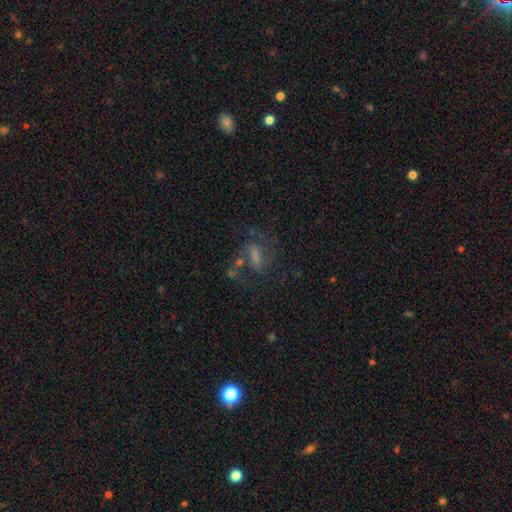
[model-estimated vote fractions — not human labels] A featured or disk galaxy (53%). Merging: none (48%).